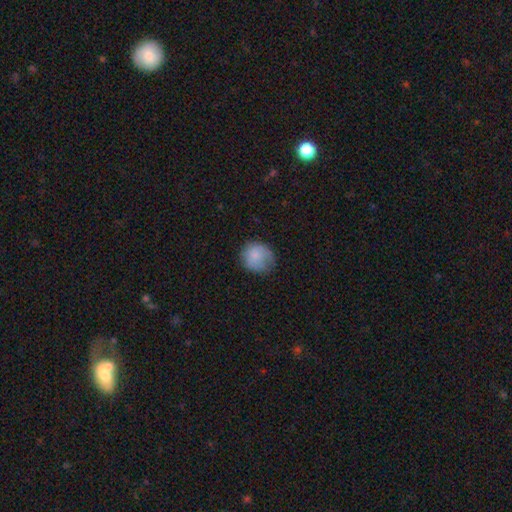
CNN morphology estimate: A smooth galaxy with no disk features (79%) that is round (81%). Merging: none (61%).